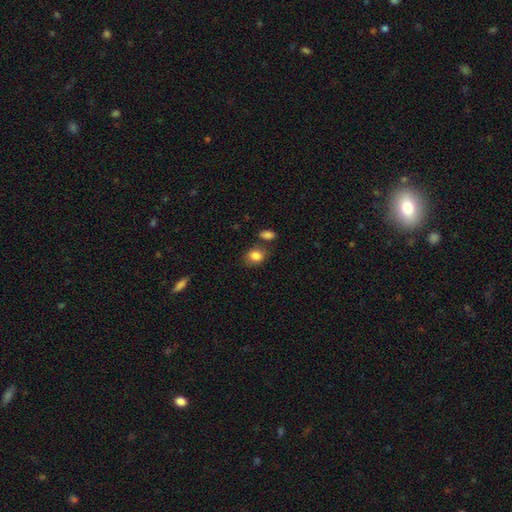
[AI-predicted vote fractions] A smooth galaxy with no disk features (85%) that is in between round and cigar-shaped (57%).

Vote fractions:
- Smooth or featured? smooth: 85% / star or artifact: 9% / featured or disk: 6%
- How rounded? in between: 57% / round: 42% / cigar-shaped: 1%
- Merging? none: 69% / minor disturbance: 15% / merger: 12% / major disturbance: 4%